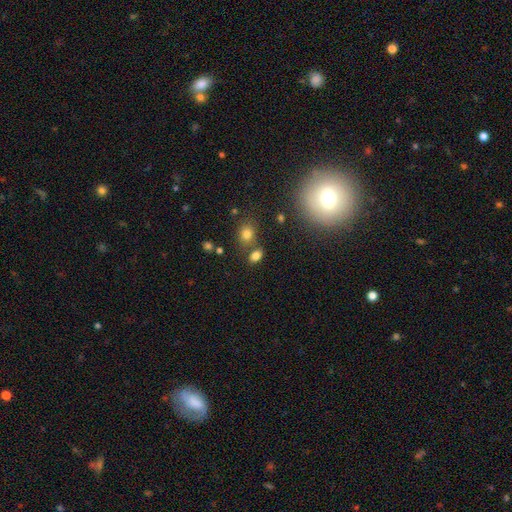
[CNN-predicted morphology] smooth-or-featured: smooth: 79% | star or artifact: 14% | featured or disk: 7%
  how-rounded: in between: 79% | round: 19% | cigar-shaped: 3%
  merging: none: 67% | merger: 17% | minor disturbance: 12% | major disturbance: 4%